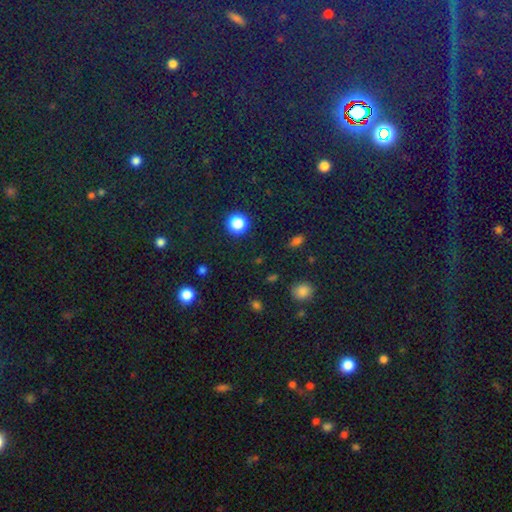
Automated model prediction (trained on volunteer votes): Smooth or featured: star or artifact — 69% (smooth — 24%)